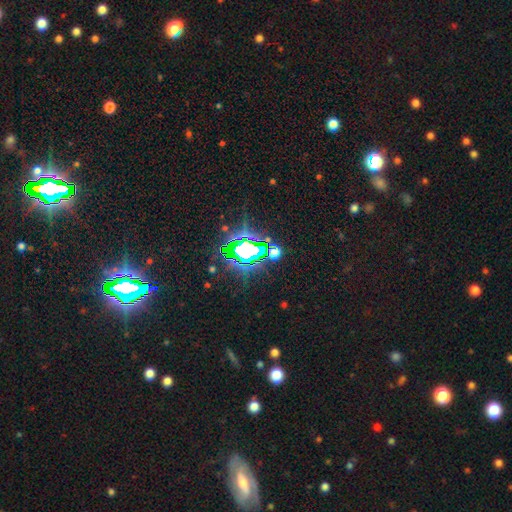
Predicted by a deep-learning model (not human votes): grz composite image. It shows a star or artifact, not a galaxy (77%).